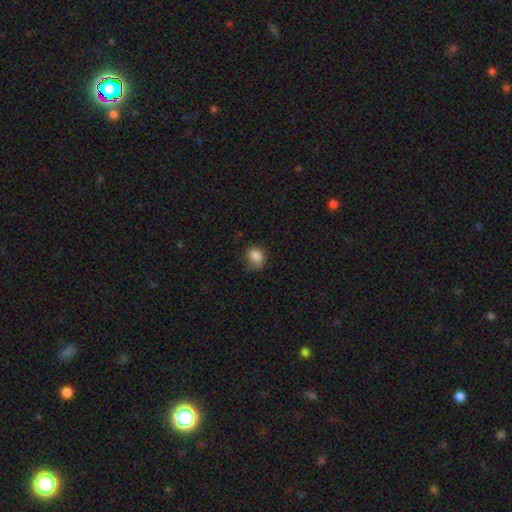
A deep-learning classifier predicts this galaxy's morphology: smooth-or-featured: smooth: 83% | star or artifact: 10% | featured or disk: 7%
  how-rounded: round: 64% | in between: 35% | cigar-shaped: 1%
  merging: none: 53% | minor disturbance: 33% | major disturbance: 12% | merger: 2%